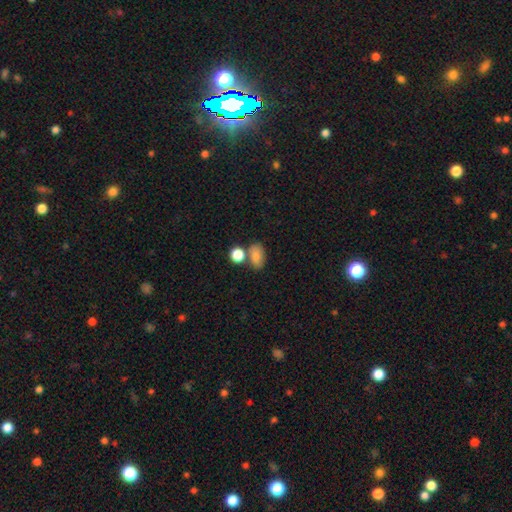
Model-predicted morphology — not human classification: The model was most divided on "merging": none: 58%, merger: 23%, minor disturbance: 14%, major disturbance: 5%. More confident: how rounded — in between (81%); smooth or featured — smooth (81%).